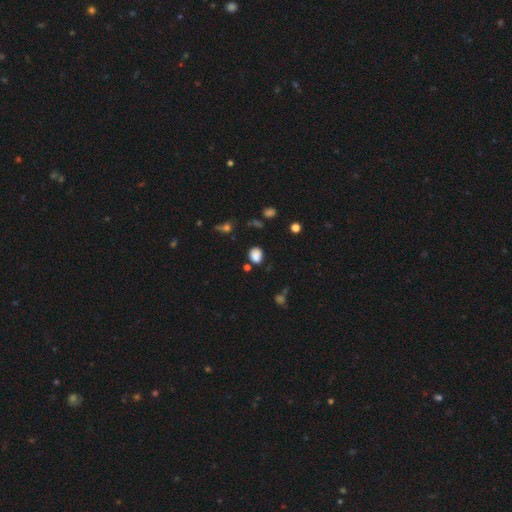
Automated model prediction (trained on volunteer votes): smooth-or-featured: smooth: 83% | star or artifact: 13% | featured or disk: 5%
  how-rounded: round: 51% | in between: 48% | cigar-shaped: 1%
  merging: none: 76% | minor disturbance: 15% | merger: 5% | major disturbance: 4%